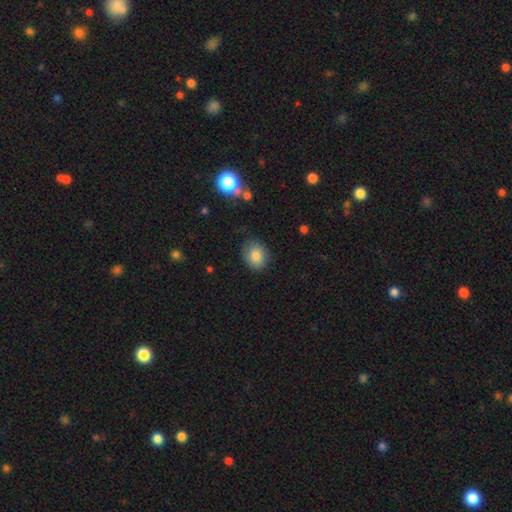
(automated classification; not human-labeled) A smooth galaxy with no disk features (82%) that is round (54%).

Vote fractions:
- Smooth or featured? smooth: 82% / star or artifact: 9% / featured or disk: 9%
- How rounded? round: 54% / in between: 45% / cigar-shaped: 1%
- Merging? none: 80% / minor disturbance: 15% / major disturbance: 3% / merger: 2%